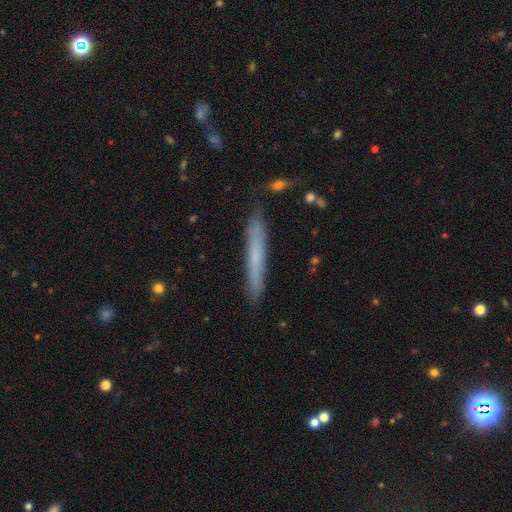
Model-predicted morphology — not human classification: A smooth galaxy with no disk features (59%) that is cigar-shaped (96%).

Vote fractions:
- Smooth or featured? smooth: 59% / featured or disk: 35% / star or artifact: 6%
- How rounded? cigar-shaped: 96% / in between: 3% / round: 1%
- Merging? none: 87% / minor disturbance: 9% / merger: 2% / major disturbance: 2%